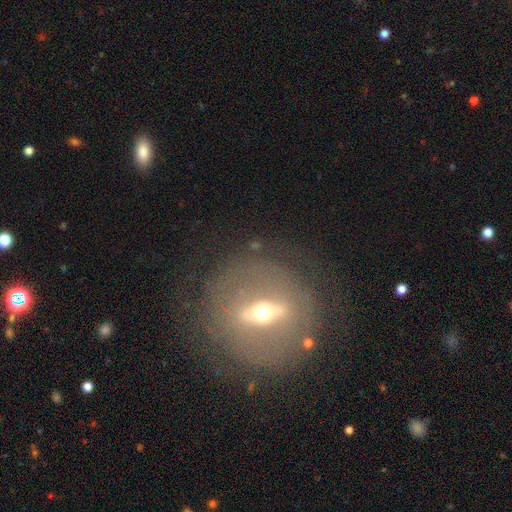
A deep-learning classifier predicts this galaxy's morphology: A featured or disk galaxy (75%). Merging: none (80%).